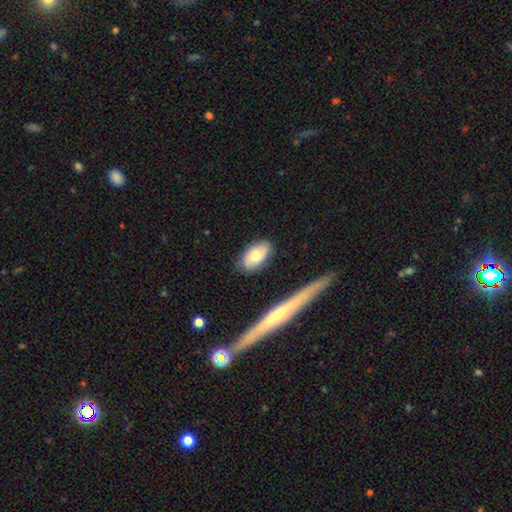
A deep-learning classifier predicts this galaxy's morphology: Smooth or featured: smooth — 72% (featured or disk — 21%)
How rounded: in between — 90% (round — 6%)
Merging: none — 78% (minor disturbance — 15%)